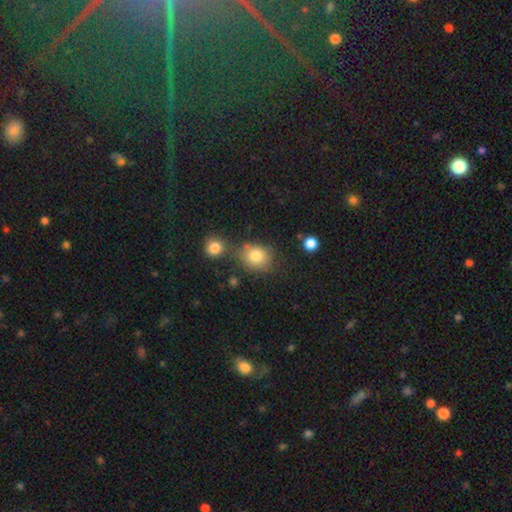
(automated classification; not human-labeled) Morphology: type=smooth (81%); roundness=round (68%); merging=none (64%).